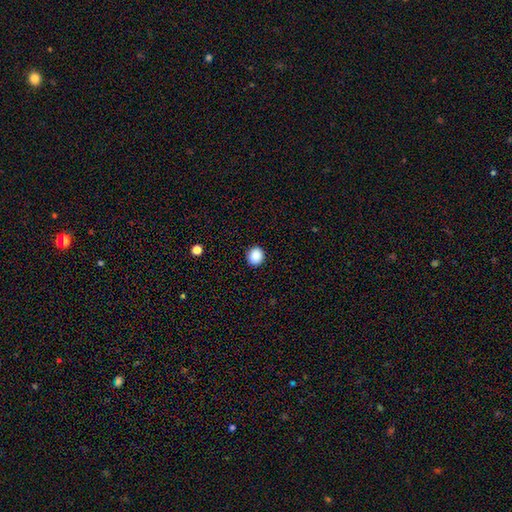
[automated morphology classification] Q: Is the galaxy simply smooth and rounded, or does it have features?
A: smooth — 89%.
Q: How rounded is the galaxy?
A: round — 82%.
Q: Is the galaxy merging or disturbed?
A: none — 91%.